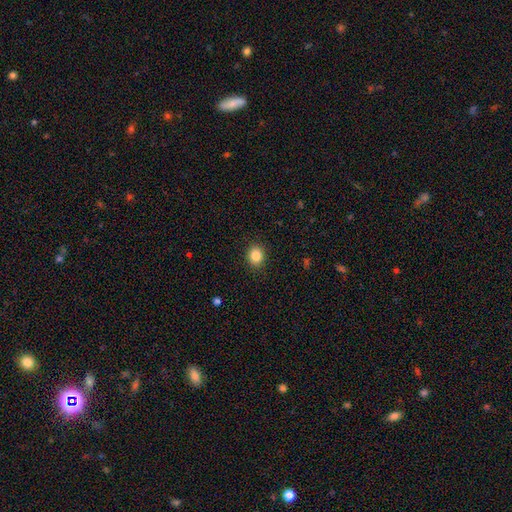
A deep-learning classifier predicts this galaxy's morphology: This appears to be a smooth galaxy with no disk features (86%) that is round (62%). Merging: none (90%).